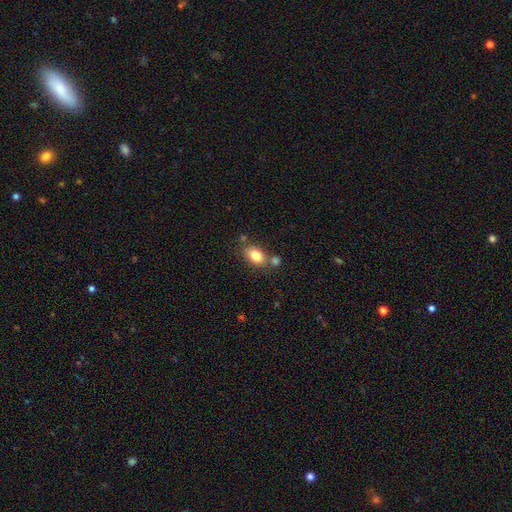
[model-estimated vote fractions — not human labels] Smooth or featured? Predicted: smooth (p=0.82). How rounded? Predicted: in between (p=0.79). Merging? Predicted: none (p=0.66).